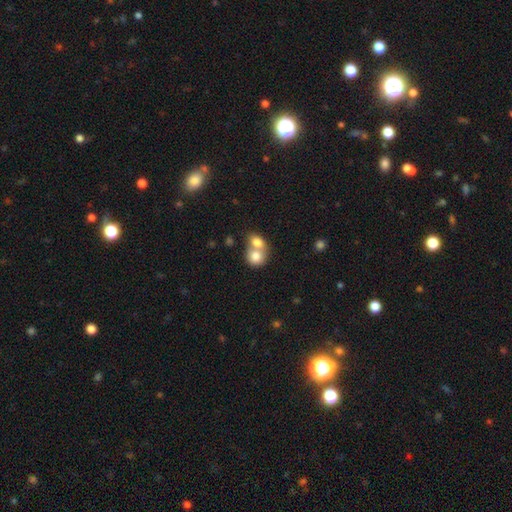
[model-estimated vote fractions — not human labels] Smooth or featured: smooth — 75% (featured or disk — 17%)
How rounded: round — 67% (in between — 32%)
Merging: merger — 72% (none — 20%)